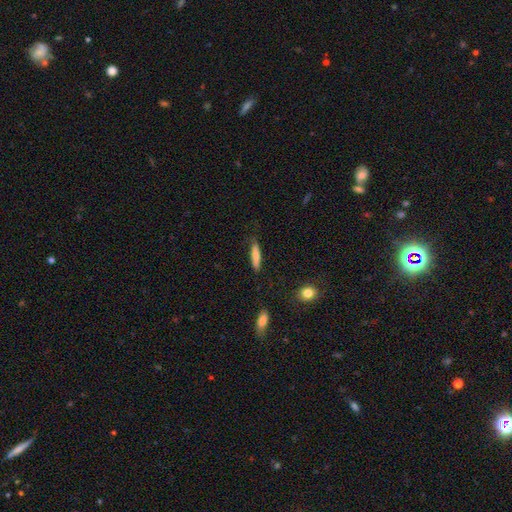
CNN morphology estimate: smooth 76%, featured or disk 18%, star or artifact 7%. Down the decision tree: how rounded — cigar-shaped (83%); merging — none (81%).